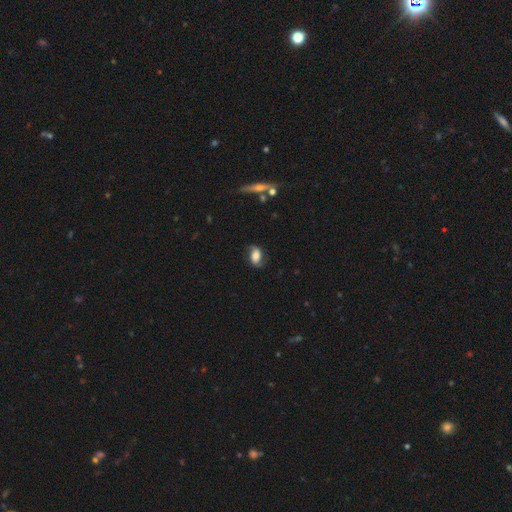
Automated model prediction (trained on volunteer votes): This appears to be a smooth galaxy with no disk features (46%). Merging: none (72%).